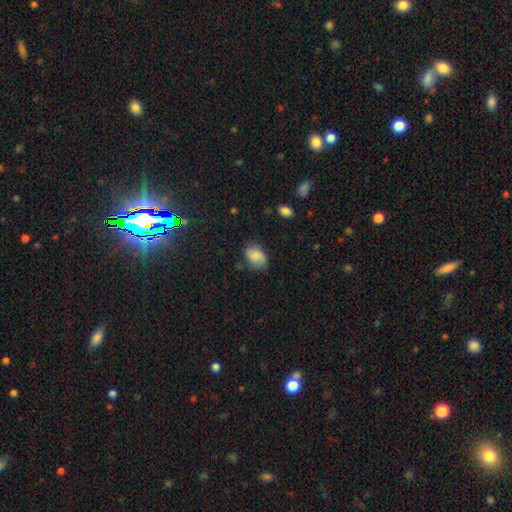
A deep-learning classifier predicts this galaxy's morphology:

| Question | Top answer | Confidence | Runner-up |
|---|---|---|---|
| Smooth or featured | smooth | 81% | featured or disk (10%) |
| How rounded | in between | 84% | round (14%) |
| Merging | none | 68% | minor disturbance (24%) |